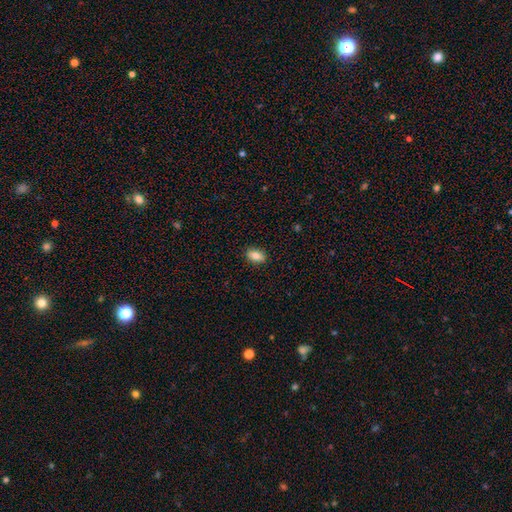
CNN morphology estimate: type=smooth (81%); roundness=in between (85%); merging=none (89%).